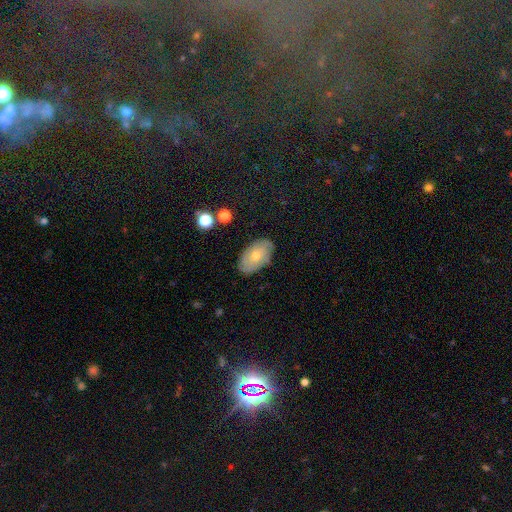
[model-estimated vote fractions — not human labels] A smooth galaxy with no disk features (46%, tied with featured or disk). Merging: none (81%).